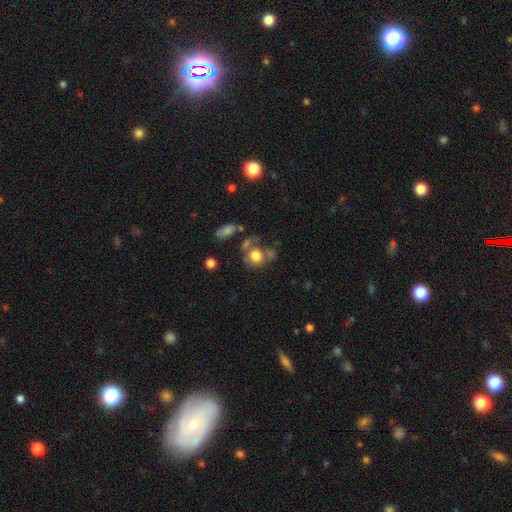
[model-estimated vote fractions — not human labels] Overall: smooth (76%). How rounded: round (73%). Merging: none (45%; merger 26%).